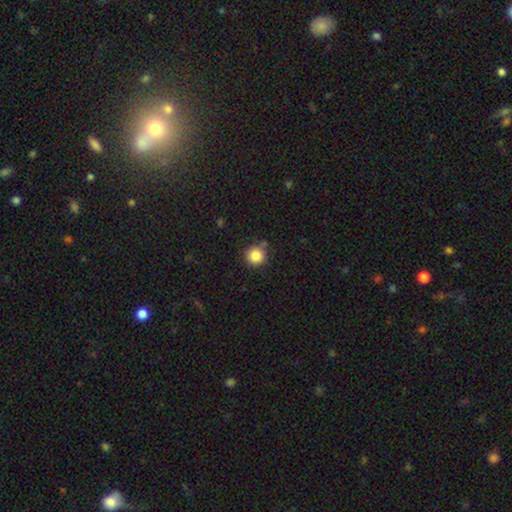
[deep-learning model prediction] This appears to be a smooth galaxy with no disk features (85%) that is round (94%). Merging: none (81%).